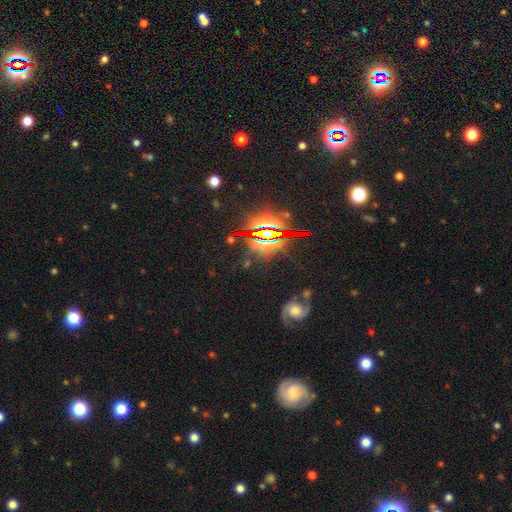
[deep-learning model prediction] Q: Smooth or featured?
A: star or artifact (82%); runner-up: featured or disk (10%)